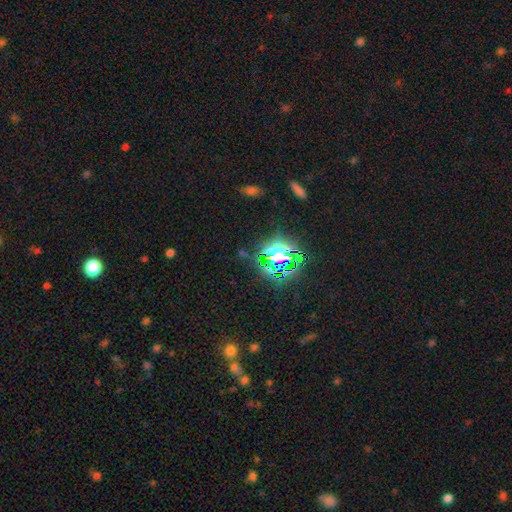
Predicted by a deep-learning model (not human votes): This appears to be a star or artifact, not a galaxy (76%).